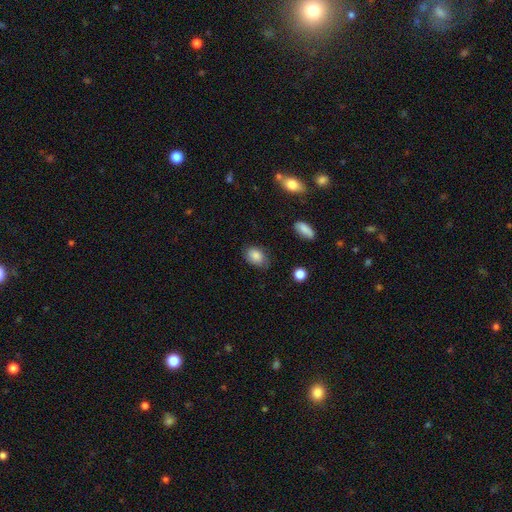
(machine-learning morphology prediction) A smooth galaxy with no disk features (84%) that is in between round and cigar-shaped (79%).

Vote fractions:
- Smooth or featured? smooth: 84% / star or artifact: 9% / featured or disk: 7%
- How rounded? in between: 79% / round: 19% / cigar-shaped: 1%
- Merging? none: 72% / minor disturbance: 22% / major disturbance: 4% / merger: 2%